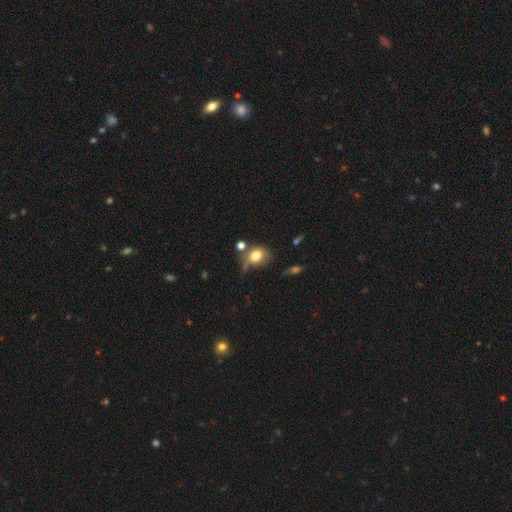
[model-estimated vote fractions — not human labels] smooth 76%, featured or disk 14%, star or artifact 10%. Down the decision tree: how rounded — in between (52%); merging — none (43%).